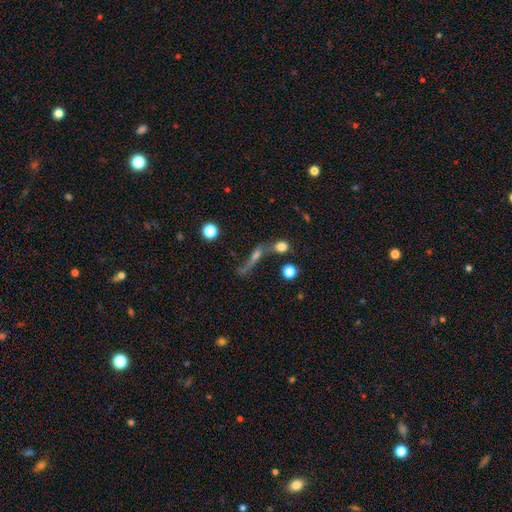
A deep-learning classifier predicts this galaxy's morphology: This is possibly a featured or disk galaxy (52%). It is possibly viewed edge-on (59%). Merging: marginally none (41%).